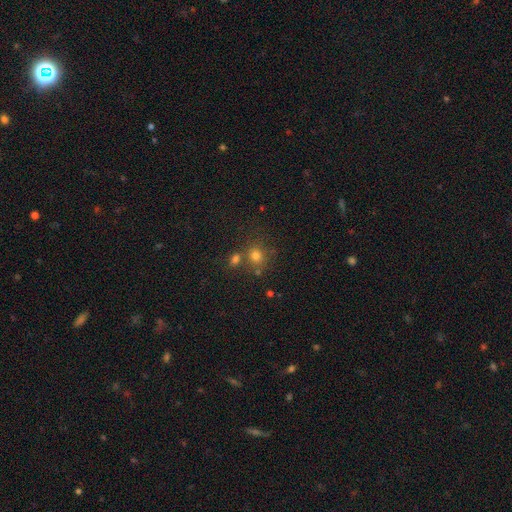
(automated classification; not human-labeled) Q: Smooth or featured?
A: smooth (72%); runner-up: star or artifact (19%)
Q: How rounded?
A: round (80%); runner-up: in between (19%)
Q: Merging?
A: none (61%); runner-up: merger (24%)